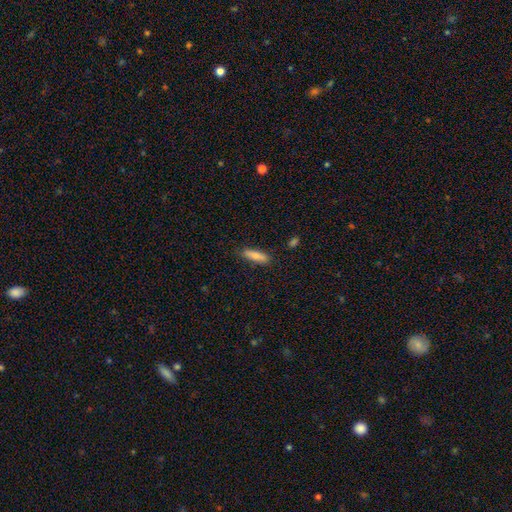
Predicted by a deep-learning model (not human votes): A smooth galaxy with no disk features (80%) that is cigar-shaped (59%).

Vote fractions:
- Smooth or featured? smooth: 80% / featured or disk: 14% / star or artifact: 6%
- How rounded? cigar-shaped: 59% / in between: 39% / round: 2%
- Merging? none: 86% / minor disturbance: 11% / major disturbance: 2% / merger: 1%